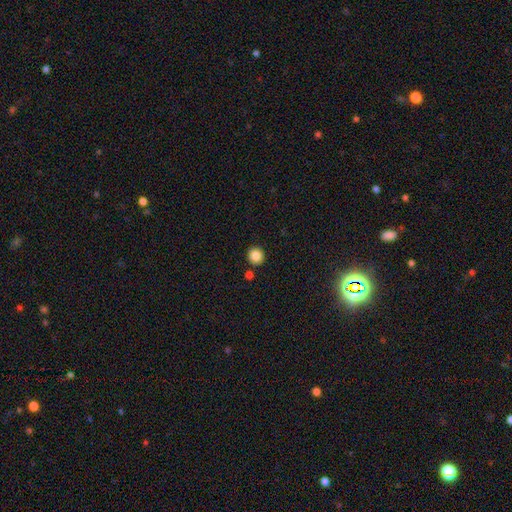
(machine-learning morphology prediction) A smooth galaxy with no disk features (86%) that is round (89%). Merging: none (87%).